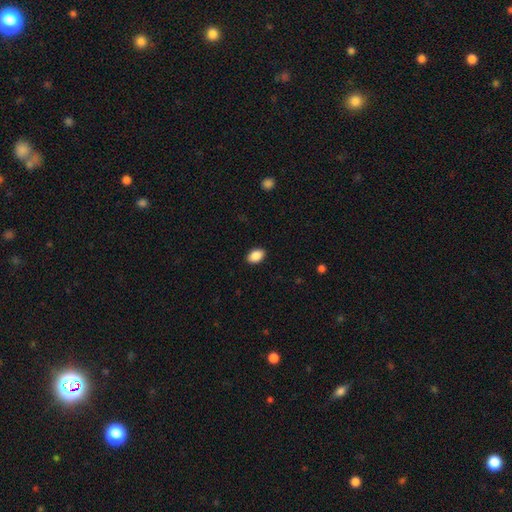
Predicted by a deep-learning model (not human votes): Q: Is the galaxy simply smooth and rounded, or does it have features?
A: smooth — 89%.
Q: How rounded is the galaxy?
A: in between — 84%.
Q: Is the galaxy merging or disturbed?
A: none — 90%.